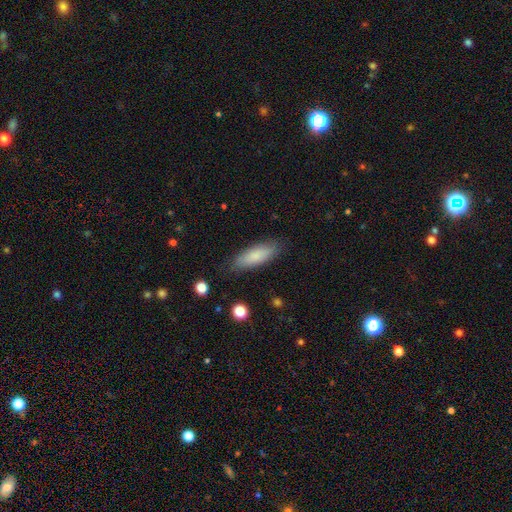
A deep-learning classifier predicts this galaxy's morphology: type=smooth (80%); roundness=in between (52%); merging=none (83%).